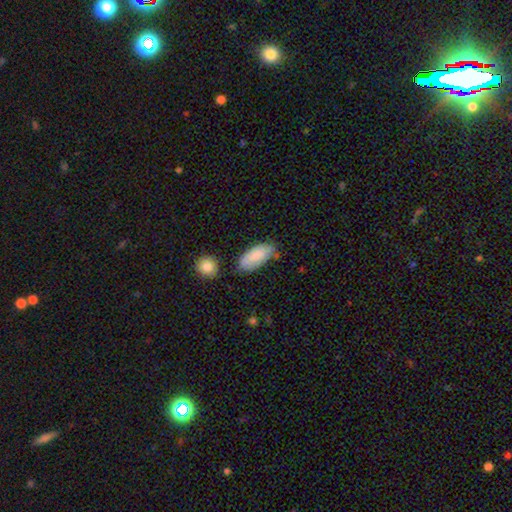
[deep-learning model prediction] Smooth or featured? smooth (80%)
How rounded? in between (90%)
Merging? none (62%)